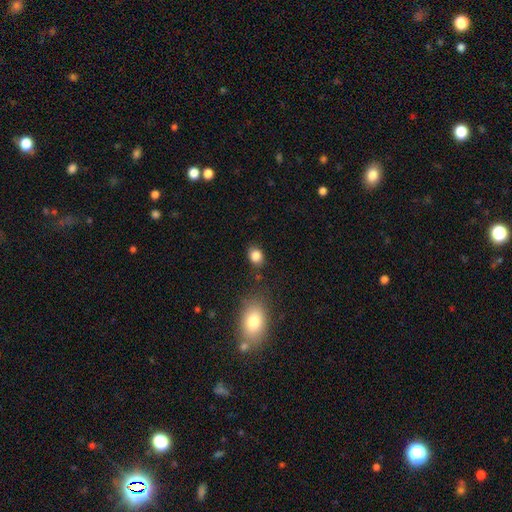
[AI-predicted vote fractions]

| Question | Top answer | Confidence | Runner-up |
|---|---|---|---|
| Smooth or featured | smooth | 85% | star or artifact (10%) |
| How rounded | in between | 54% | round (45%) |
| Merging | none | 79% | minor disturbance (13%) |